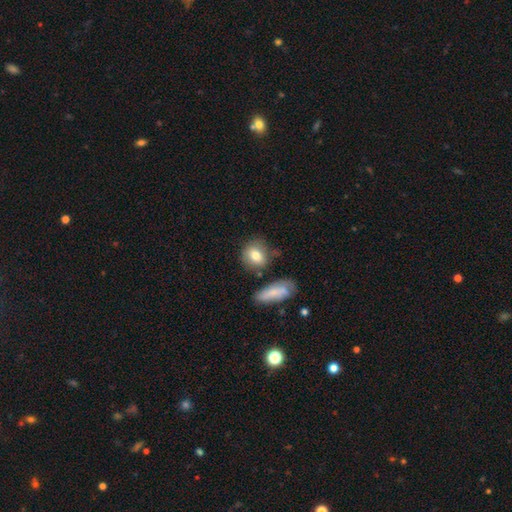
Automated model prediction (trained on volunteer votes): smooth_or_featured: smooth (p=0.79) [alt: featured or disk p=0.13]
how_rounded: round (p=0.64) [alt: in between p=0.33]
merging: none (p=0.68) [alt: minor disturbance p=0.17]